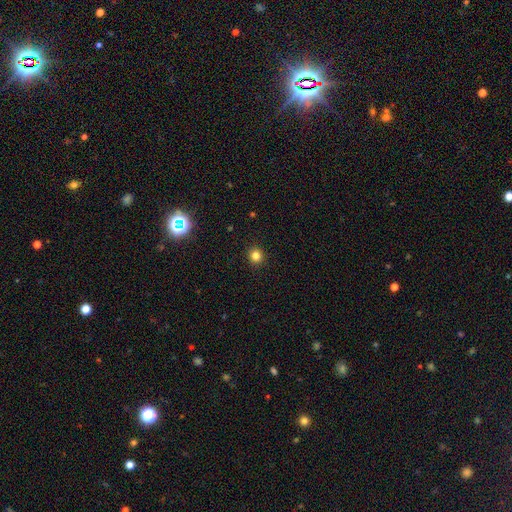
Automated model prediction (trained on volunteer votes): This is clearly a smooth galaxy (82%). How rounded: clearly round (92%). Merging: clearly none (93%).